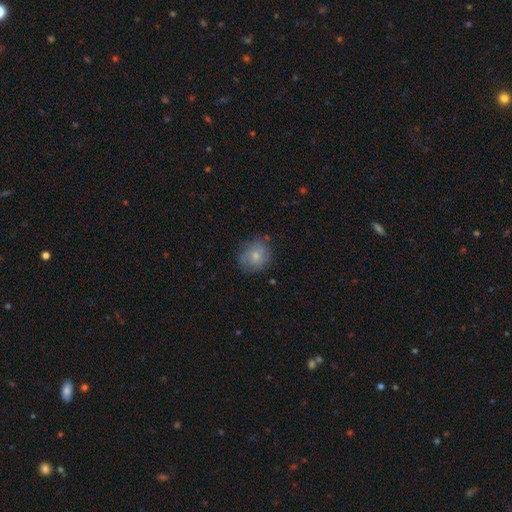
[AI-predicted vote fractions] A smooth galaxy with no disk features (70%) that is round (76%).

Vote fractions:
- Smooth or featured? smooth: 70% / featured or disk: 22% / star or artifact: 8%
- How rounded? round: 76% / in between: 23% / cigar-shaped: 1%
- Merging? none: 74% / minor disturbance: 19% / major disturbance: 5% / merger: 2%